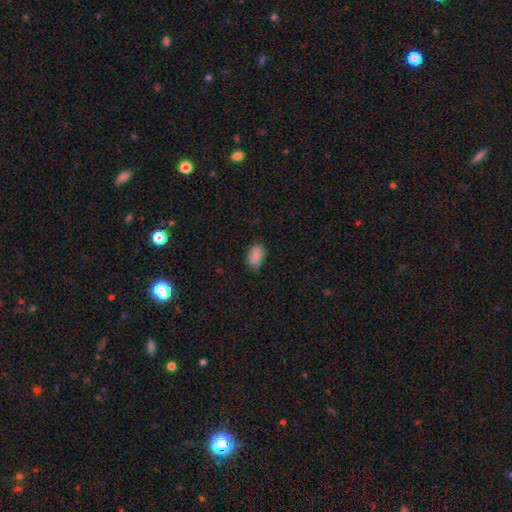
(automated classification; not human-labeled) The model was most divided on "merging": none: 80%, minor disturbance: 16%, major disturbance: 3%, merger: 1%. More confident: how rounded — in between (89%); smooth or featured — smooth (87%).